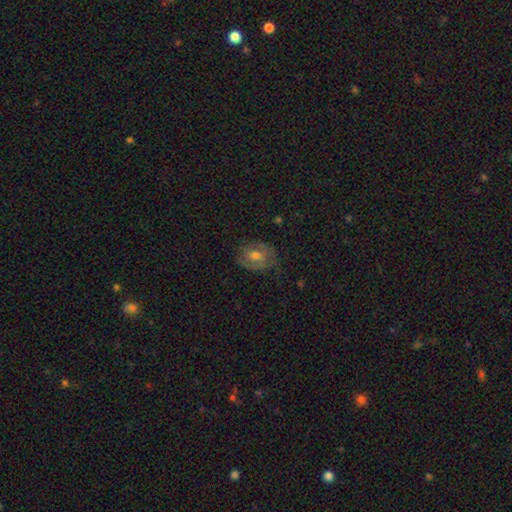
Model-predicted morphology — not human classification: smooth-or-featured: featured or disk: 51% | smooth: 39% | star or artifact: 10%
  disk-edge-on: no: 95% | yes: 5%
  merging: none: 67% | minor disturbance: 22% | major disturbance: 9% | merger: 1%